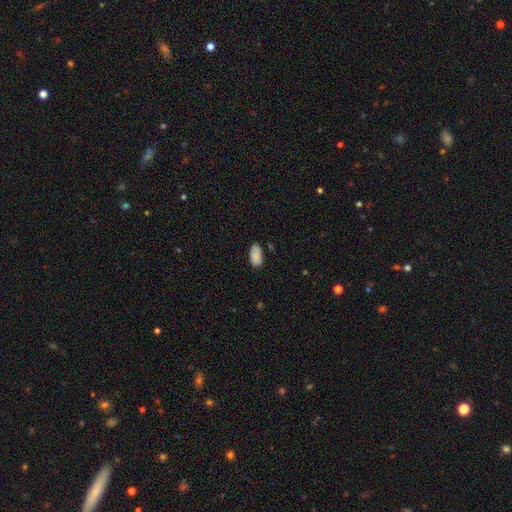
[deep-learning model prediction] A smooth galaxy with no disk features (88%) that is in between round and cigar-shaped (94%).

Vote fractions:
- Smooth or featured? smooth: 88% / star or artifact: 7% / featured or disk: 5%
- How rounded? in between: 94% / round: 3% / cigar-shaped: 3%
- Merging? none: 78% / minor disturbance: 16% / major disturbance: 3% / merger: 2%